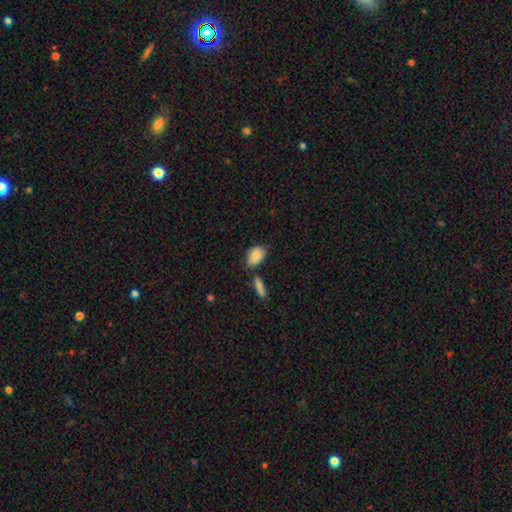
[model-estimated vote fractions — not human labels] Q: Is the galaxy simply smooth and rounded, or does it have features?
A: smooth — 83%.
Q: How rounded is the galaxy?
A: in between — 87%.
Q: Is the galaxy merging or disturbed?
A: none — 69%.